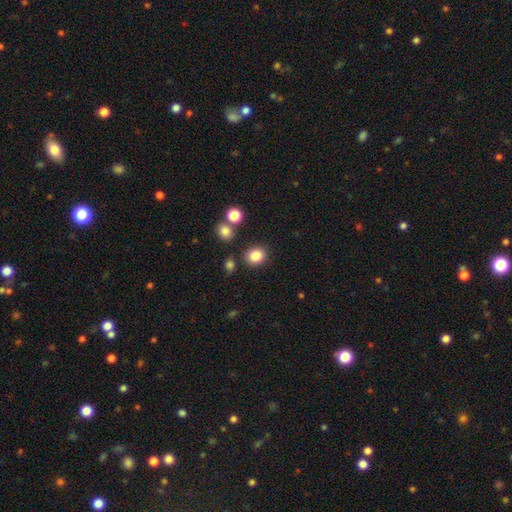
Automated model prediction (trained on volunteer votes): This appears to be a smooth galaxy with no disk features (84%) that is round (73%). Merging: none (82%).